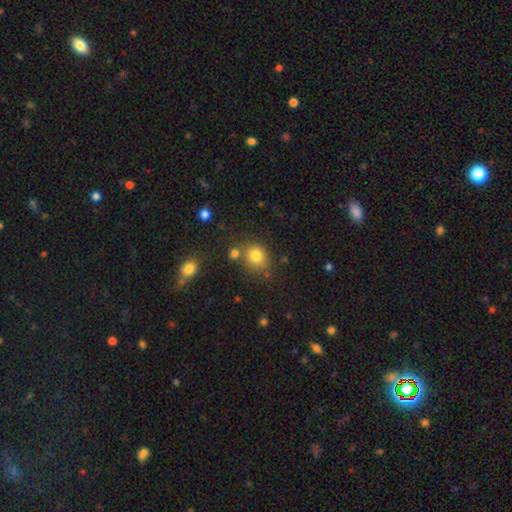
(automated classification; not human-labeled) The model was most divided on "how rounded": round: 67%, in between: 32%, cigar-shaped: 1%. More confident: smooth or featured — smooth (79%); merging — none (66%).